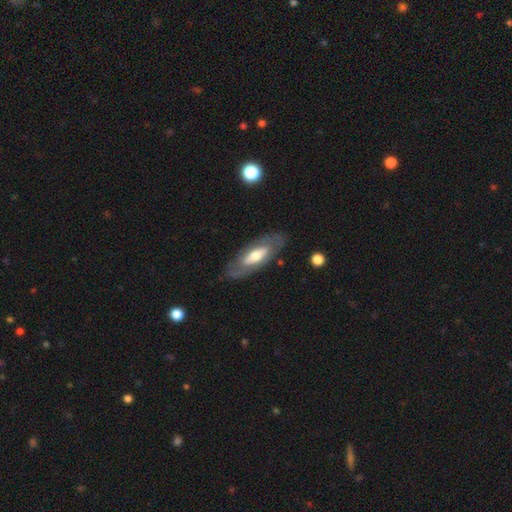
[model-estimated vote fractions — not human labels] featured or disk 59%, smooth 36%, star or artifact 5%. Down the decision tree: edge-on disk — no (77%); merging — none (79%).